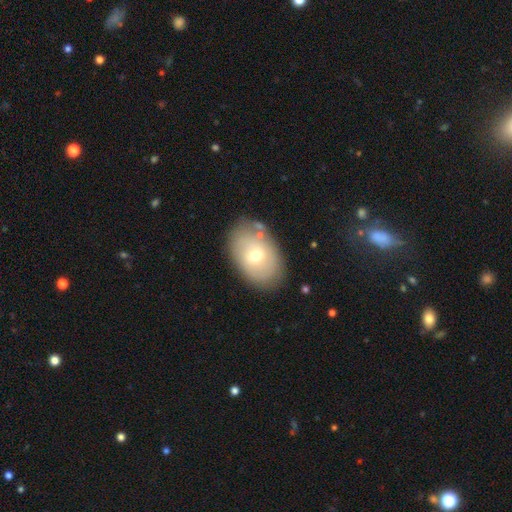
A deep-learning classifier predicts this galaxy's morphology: smooth 60%, featured or disk 32%, star or artifact 8%. Down the decision tree: how rounded — in between (86%); merging — none (77%).